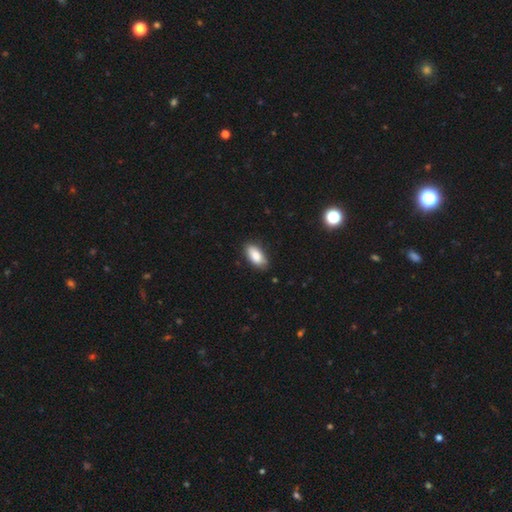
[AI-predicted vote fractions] Smooth or featured? smooth (86%)
How rounded? in between (90%)
Merging? none (83%)